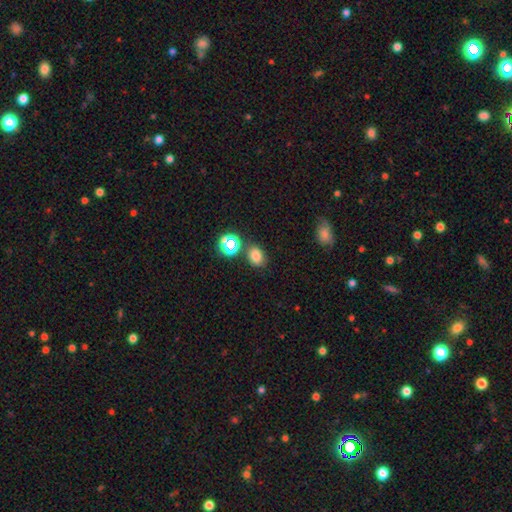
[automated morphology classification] smooth_or_featured: smooth (p=0.77) [alt: star or artifact p=0.18]
how_rounded: in between (p=0.56) [alt: round p=0.43]
merging: none (p=0.76) [alt: minor disturbance p=0.12]